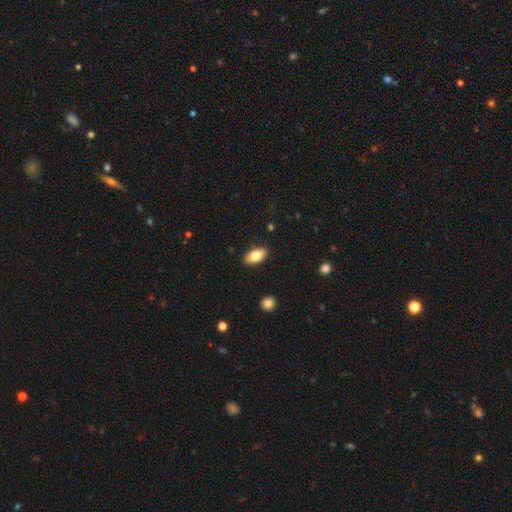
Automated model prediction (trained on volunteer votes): This appears to be a smooth galaxy with no disk features (78%) that is in between round and cigar-shaped (92%). Merging: none (88%).